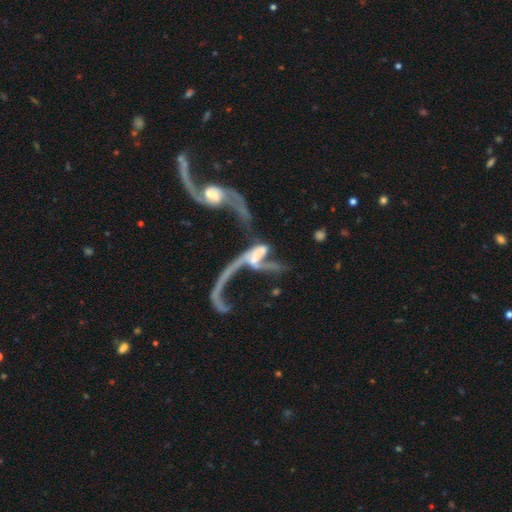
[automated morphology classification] This appears to be a featured or disk galaxy (72%) with no bar (59%), spiral arms (57%) and no central bulge (37%). Merging: merger (56%).